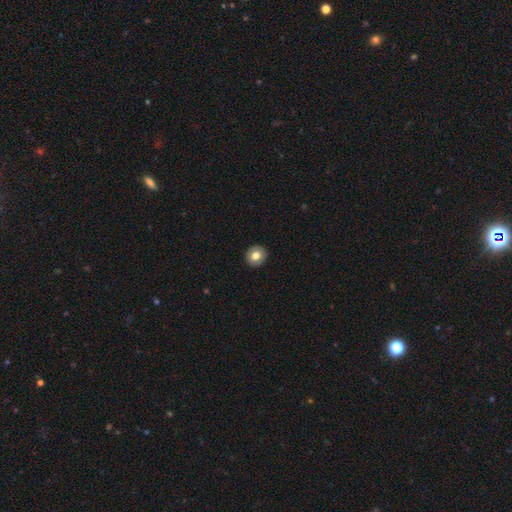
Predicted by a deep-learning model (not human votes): Smooth or featured: smooth — 75% (featured or disk — 17%)
How rounded: round — 90% (in between — 9%)
Merging: none — 92% (minor disturbance — 6%)